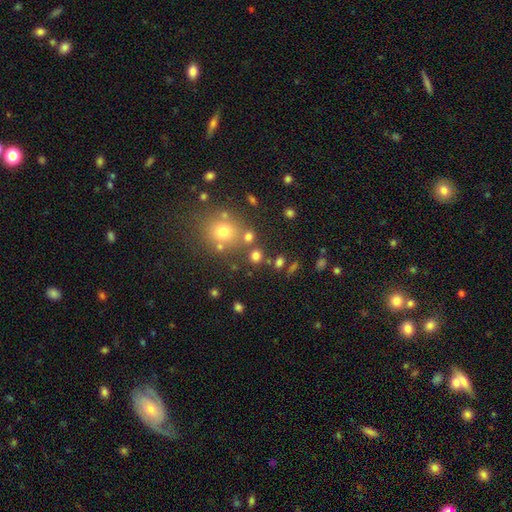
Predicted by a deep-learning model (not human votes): The model was most divided on "smooth or featured": smooth: 73%, star or artifact: 18%, featured or disk: 9%. More confident: how rounded — round (83%); merging — none (72%).